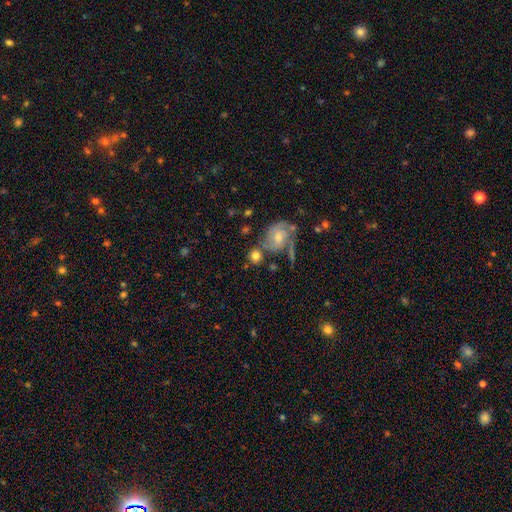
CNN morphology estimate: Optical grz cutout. It shows a smooth galaxy with no disk features (69%) that is round (83%). Merging: none (61%).